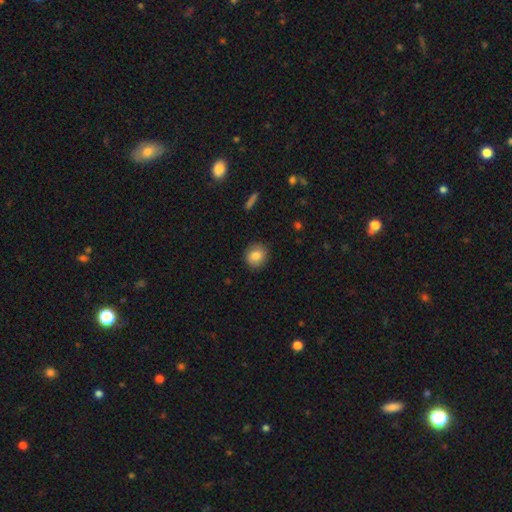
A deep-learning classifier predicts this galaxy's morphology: smooth_or_featured: smooth (p=0.82) [alt: featured or disk p=0.09]
how_rounded: round (p=0.85) [alt: in between p=0.14]
merging: none (p=0.89) [alt: minor disturbance p=0.08]